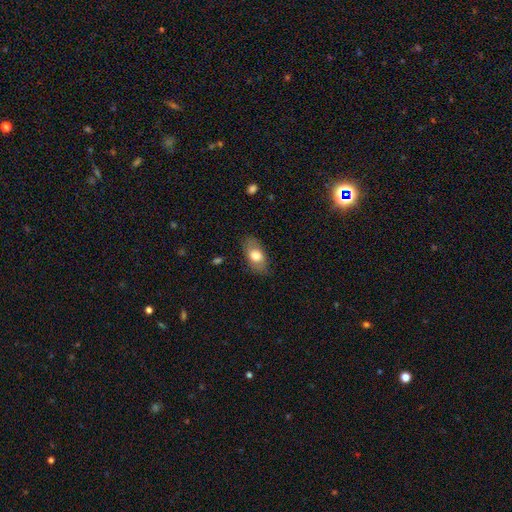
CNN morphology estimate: Overall: smooth (73%). How rounded: in between (90%). Merging: none (80%).